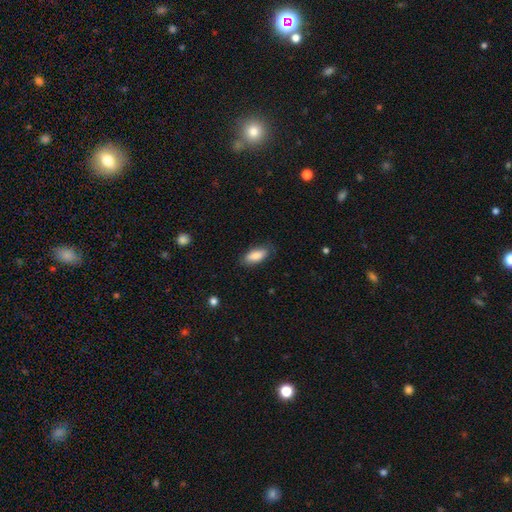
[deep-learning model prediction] Morphology: type=smooth (85%); roundness=in between (85%); merging=none (80%).